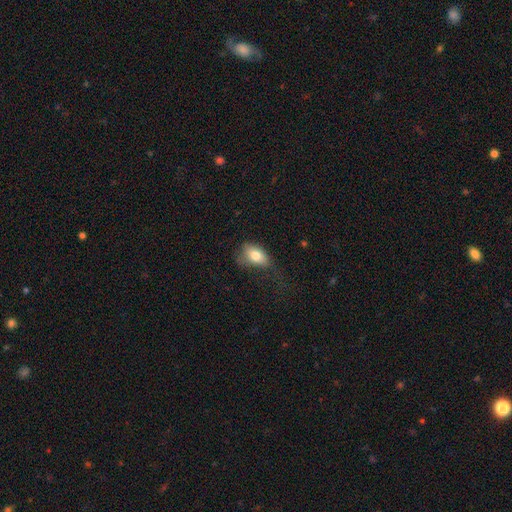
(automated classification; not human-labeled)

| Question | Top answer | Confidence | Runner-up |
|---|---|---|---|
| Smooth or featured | smooth | 79% | featured or disk (13%) |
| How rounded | in between | 86% | round (12%) |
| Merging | none | 36% | minor disturbance (34%) |